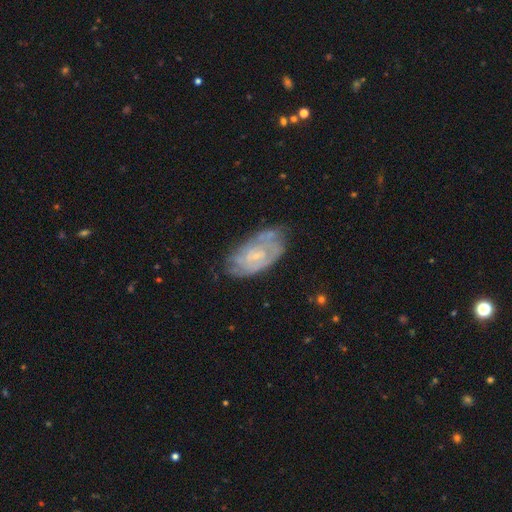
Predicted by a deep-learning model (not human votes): A featured or disk galaxy (70%) with no bar (66%), tight (62%) spiral arms (77%) and a small central bulge (73%). Merging: none (61%).